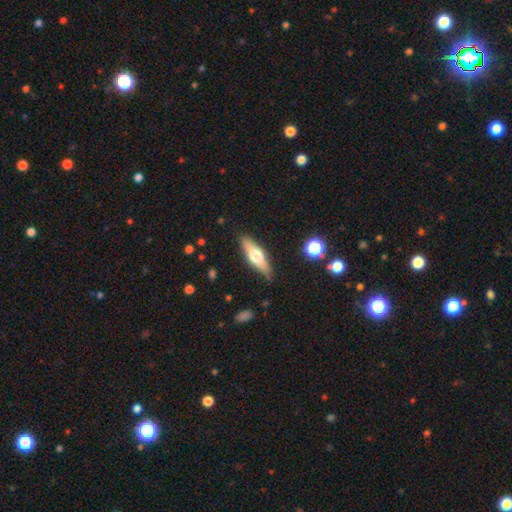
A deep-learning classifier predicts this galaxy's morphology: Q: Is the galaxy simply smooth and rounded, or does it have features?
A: featured or disk — 49%.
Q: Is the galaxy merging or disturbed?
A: none — 85%.